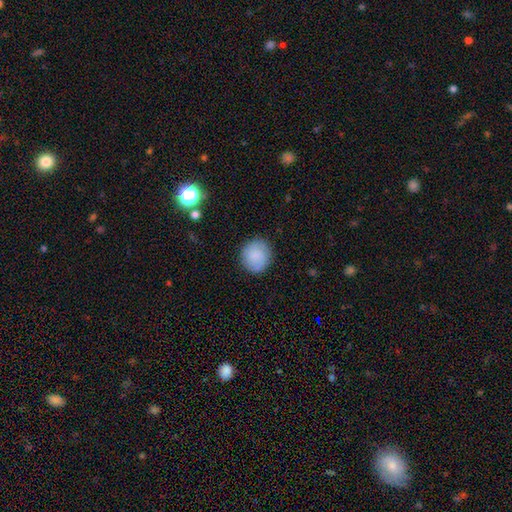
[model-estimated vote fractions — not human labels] smooth 84%, featured or disk 9%, star or artifact 7%. Down the decision tree: how rounded — round (90%); merging — none (87%).